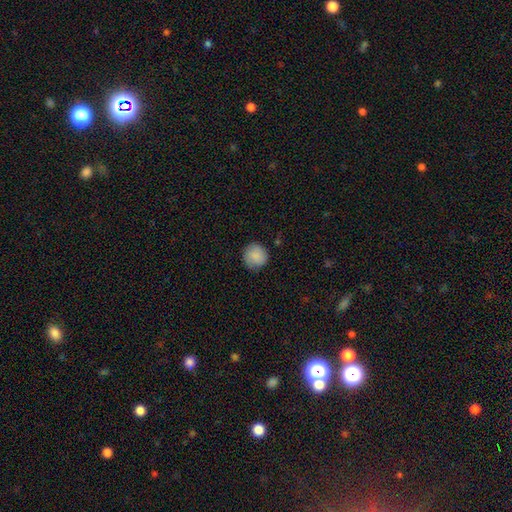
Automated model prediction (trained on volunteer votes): A smooth galaxy with no disk features (88%) that is round (94%). Merging: none (86%).